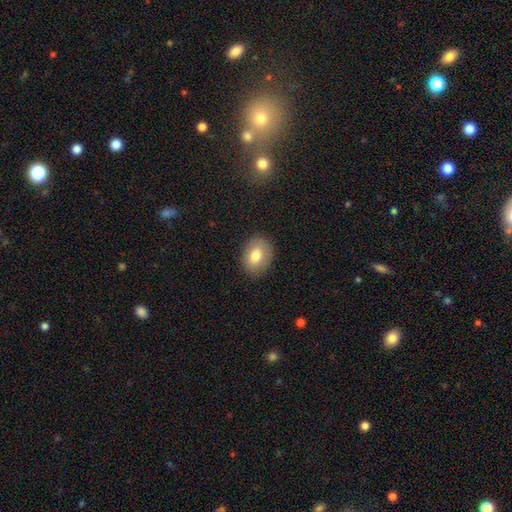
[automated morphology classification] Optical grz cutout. It shows a smooth galaxy with no disk features (76%) that is in between round and cigar-shaped (68%). Merging: none (87%).